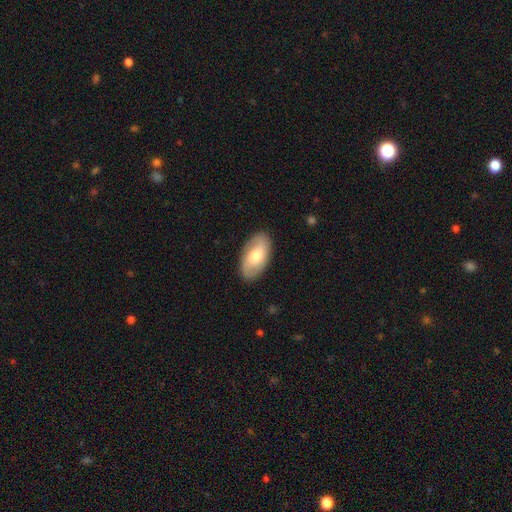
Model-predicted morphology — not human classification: A smooth galaxy with no disk features (56%) that is in between round and cigar-shaped (94%). Merging: none (86%).